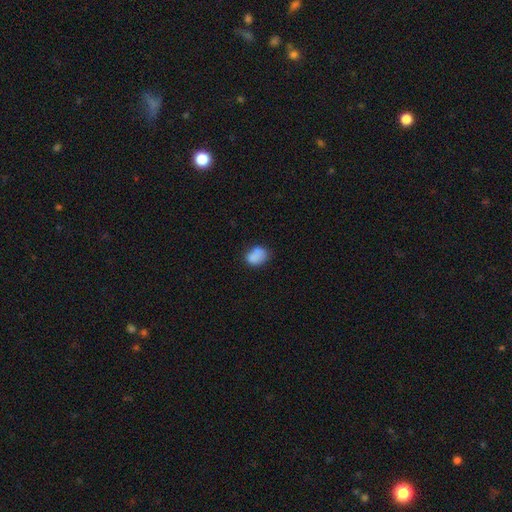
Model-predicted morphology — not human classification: Overall: smooth (81%). How rounded: in between (61%; round 38%). Merging: none (57%; minor disturbance 24%).